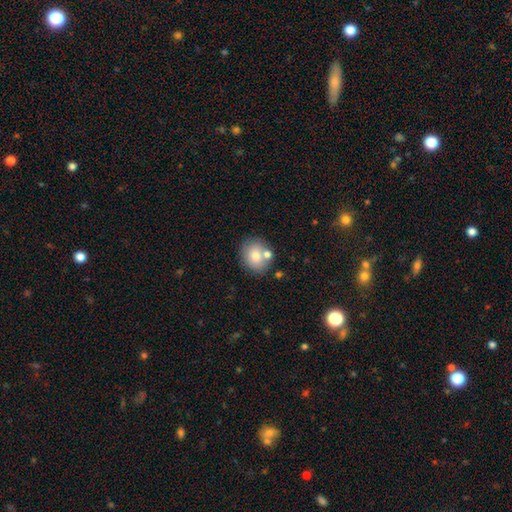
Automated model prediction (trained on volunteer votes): Smooth or featured: smooth — 77% (featured or disk — 14%)
How rounded: round — 67% (in between — 32%)
Merging: none — 69% (merger — 16%)